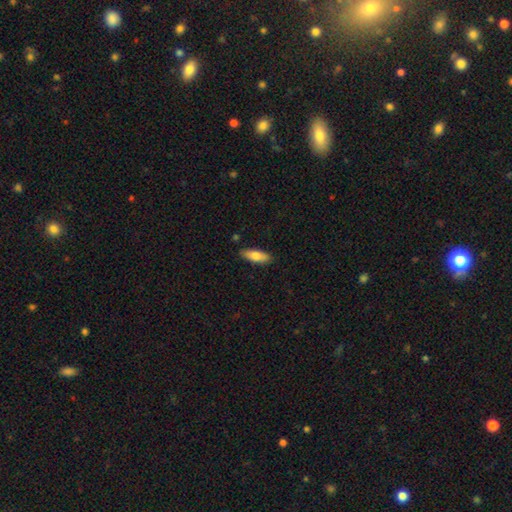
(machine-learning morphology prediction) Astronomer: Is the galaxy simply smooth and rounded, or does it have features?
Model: smooth — 78%.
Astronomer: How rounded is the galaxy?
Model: in between — 67%.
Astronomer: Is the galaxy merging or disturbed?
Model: none — 85%.